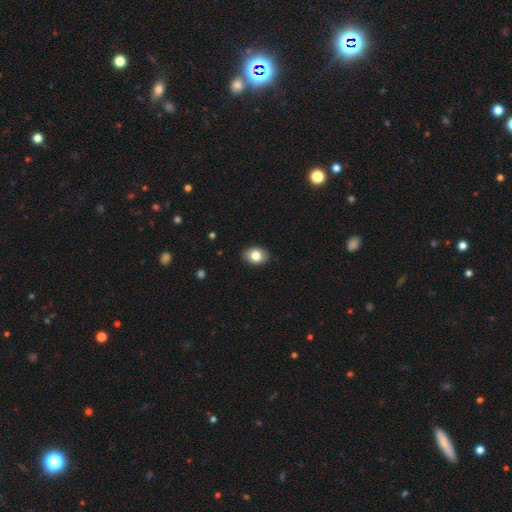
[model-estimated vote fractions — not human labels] Q: Smooth or featured?
A: smooth (81%); runner-up: featured or disk (10%)
Q: How rounded?
A: in between (70%); runner-up: round (29%)
Q: Merging?
A: none (88%); runner-up: minor disturbance (9%)